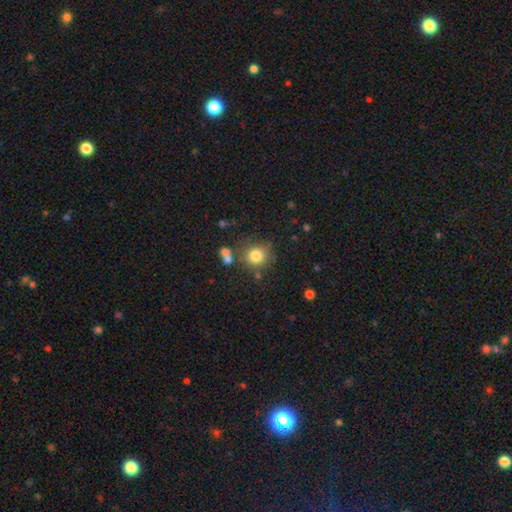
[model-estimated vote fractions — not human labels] Morphology: type=smooth (79%); roundness=round (86%); merging=none (72%).